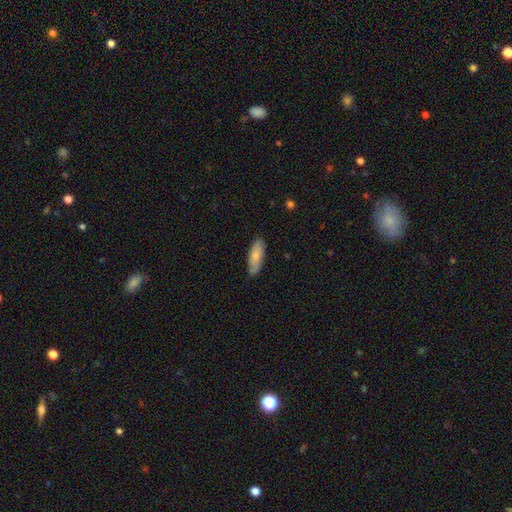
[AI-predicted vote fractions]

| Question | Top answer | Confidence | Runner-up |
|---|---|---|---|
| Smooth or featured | smooth | 78% | featured or disk (17%) |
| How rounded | in between | 66% | cigar-shaped (32%) |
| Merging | none | 81% | minor disturbance (15%) |